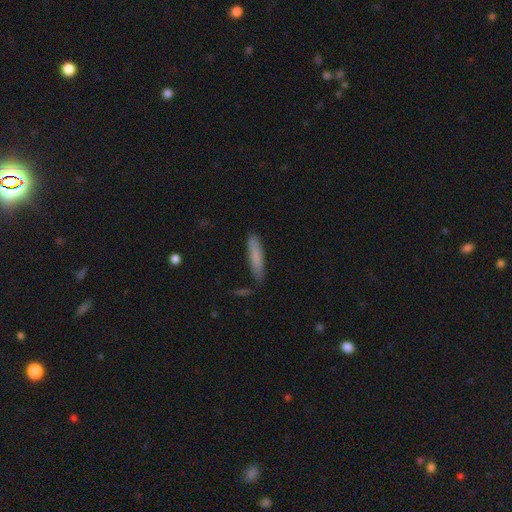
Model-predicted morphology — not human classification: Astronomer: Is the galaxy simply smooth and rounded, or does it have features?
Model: smooth — 80%.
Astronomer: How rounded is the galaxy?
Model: cigar-shaped — 85%.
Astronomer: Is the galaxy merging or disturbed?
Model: none — 81%.